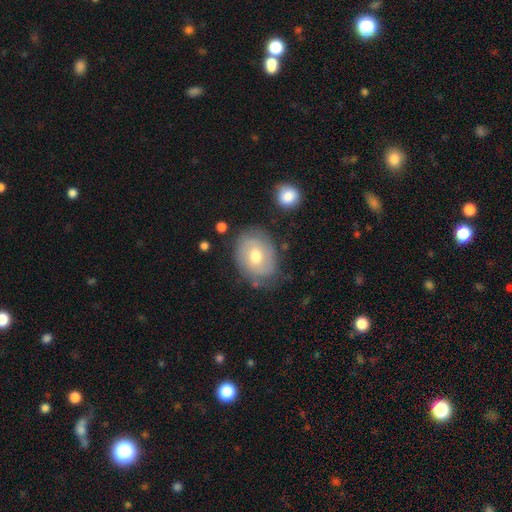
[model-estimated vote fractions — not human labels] A featured or disk galaxy (56%) with no bar (66%), spiral arms (75%) and a moderate central bulge (75%). Merging: none (73%).